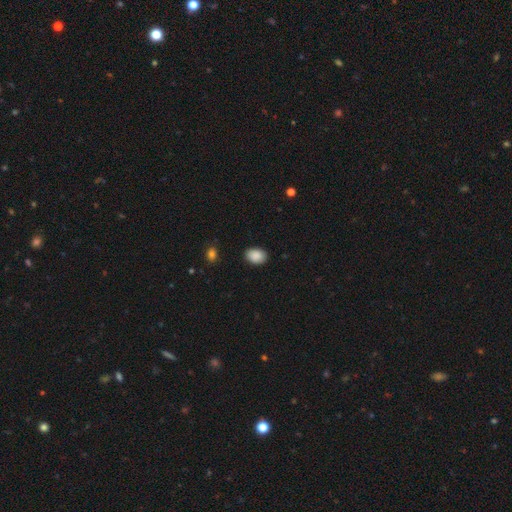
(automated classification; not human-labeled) A smooth galaxy with no disk features (90%) that is in between round and cigar-shaped (76%). Merging: none (88%).